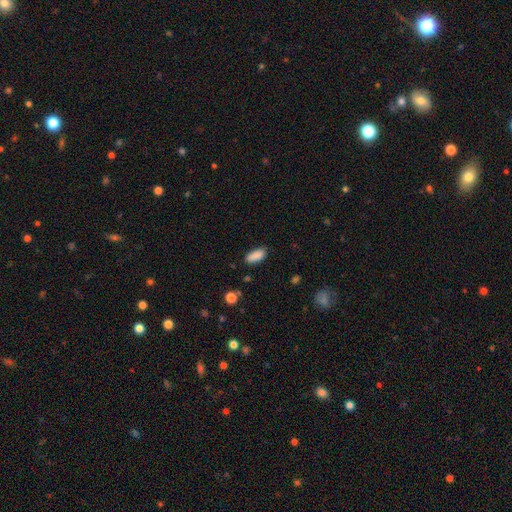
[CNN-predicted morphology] smooth 88%, star or artifact 7%, featured or disk 4%. Down the decision tree: how rounded — in between (85%); merging — none (83%).